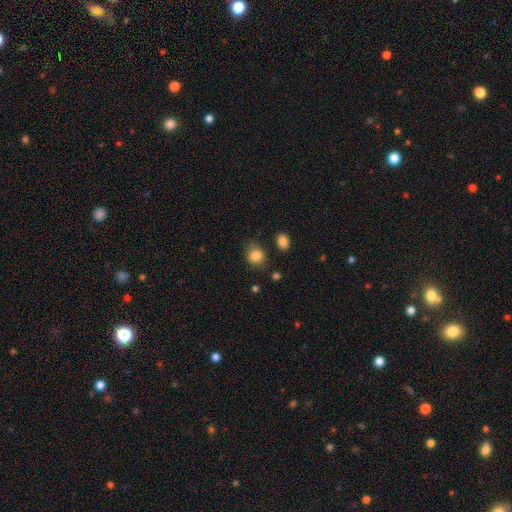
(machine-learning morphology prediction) Overall: smooth (85%). How rounded: round (71%). Merging: none (78%).